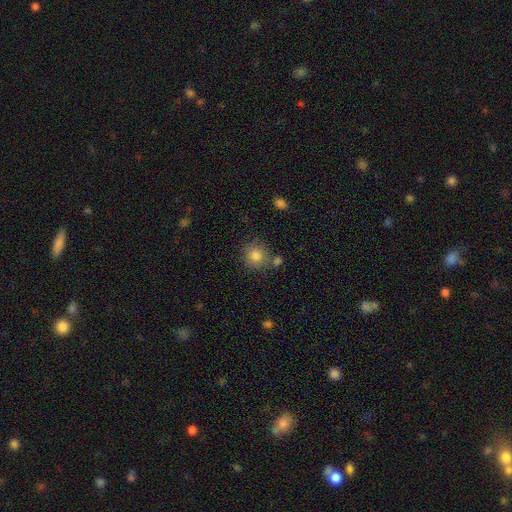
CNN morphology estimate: Smooth or featured: smooth — 83% (star or artifact — 10%)
How rounded: round — 87% (in between — 12%)
Merging: none — 75% (minor disturbance — 11%)